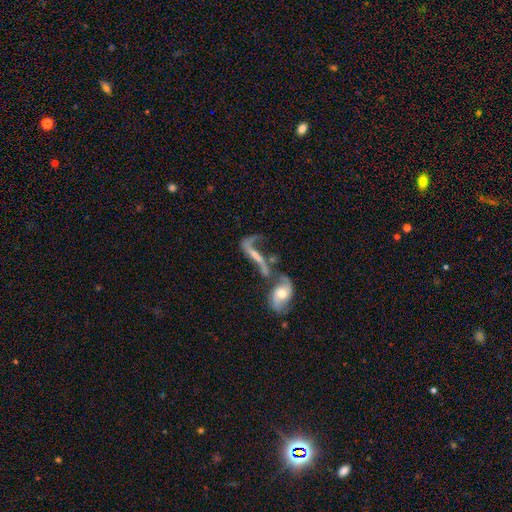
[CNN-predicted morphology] The model was most divided on "bulge size": moderate: 44%, small: 41%, none: 10%, large: 3%, dominant: 2%. Remaining: edge-on disk — no (83%); spiral arms — yes (80%); smooth or featured — featured or disk (74%); merging — merger (47%); bar — no (46%).